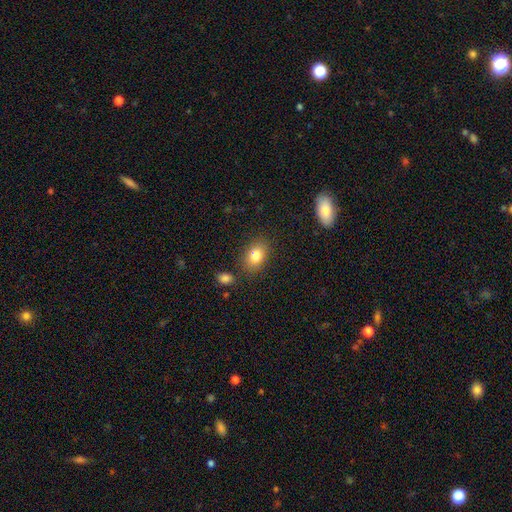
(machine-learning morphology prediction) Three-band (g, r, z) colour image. It shows a smooth galaxy with no disk features (82%) that is in between round and cigar-shaped (78%). Merging: none (81%).